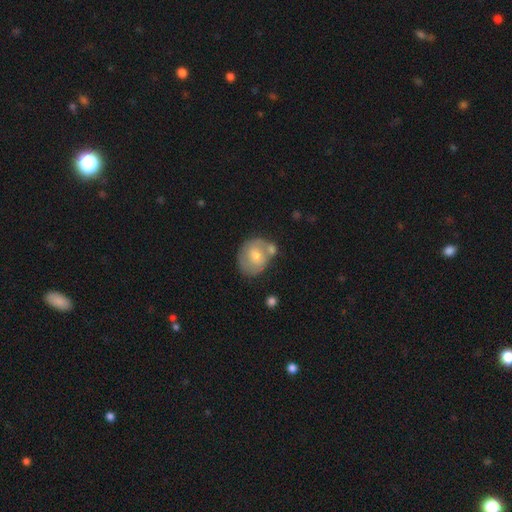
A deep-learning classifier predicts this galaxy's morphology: Overall: smooth (57%; featured or disk 36%). How rounded: round (60%; in between 39%). Merging: none (40%; merger 33%).